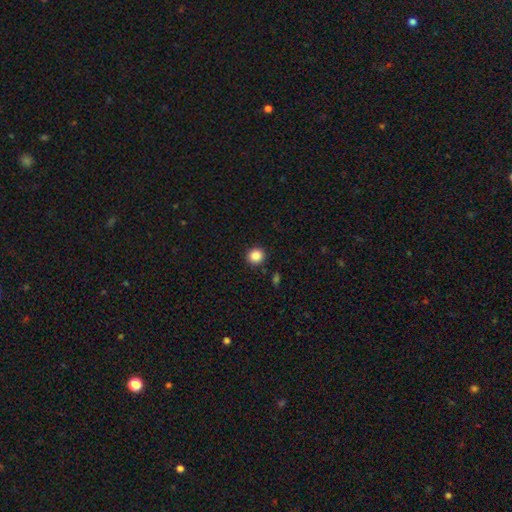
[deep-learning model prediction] smooth 87%, star or artifact 10%, featured or disk 3%. Down the decision tree: how rounded — round (93%); merging — none (91%).